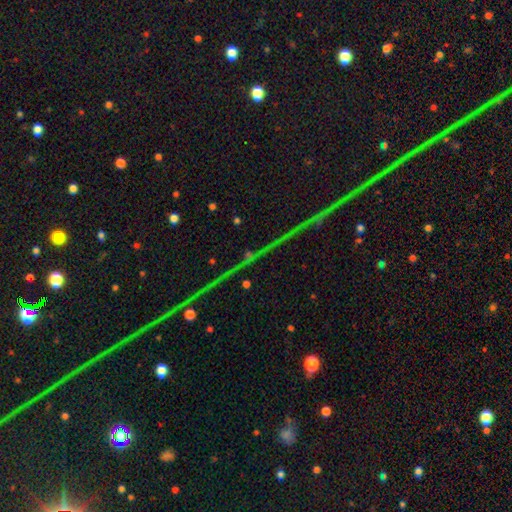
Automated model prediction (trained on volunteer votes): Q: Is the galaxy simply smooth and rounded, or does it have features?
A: star or artifact — 83%.